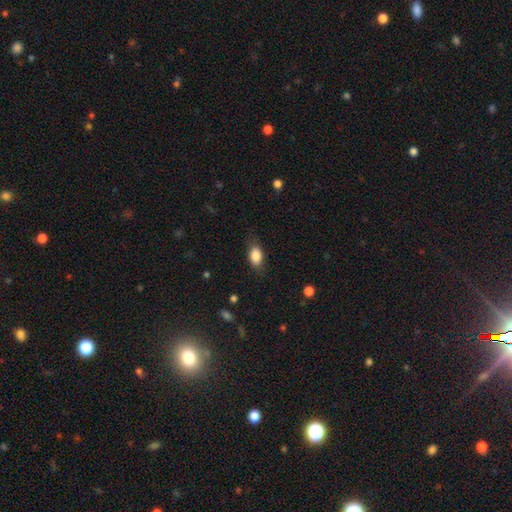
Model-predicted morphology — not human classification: smooth_or_featured: smooth (p=0.84) [alt: featured or disk p=0.08]
how_rounded: in between (p=0.87) [alt: round p=0.08]
merging: none (p=0.76) [alt: minor disturbance p=0.18]